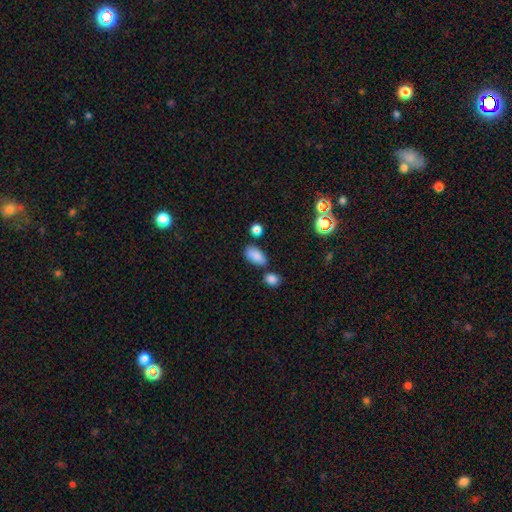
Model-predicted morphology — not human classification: A smooth galaxy with no disk features (85%) that is in between round and cigar-shaped (90%).

Vote fractions:
- Smooth or featured? smooth: 85% / star or artifact: 9% / featured or disk: 6%
- How rounded? in between: 90% / cigar-shaped: 5% / round: 5%
- Merging? none: 68% / minor disturbance: 17% / merger: 11% / major disturbance: 4%